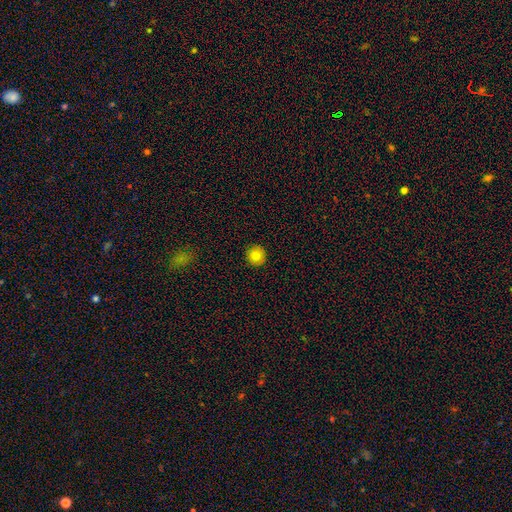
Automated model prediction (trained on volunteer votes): Overall: smooth (81%). How rounded: round (95%). Merging: none (93%).